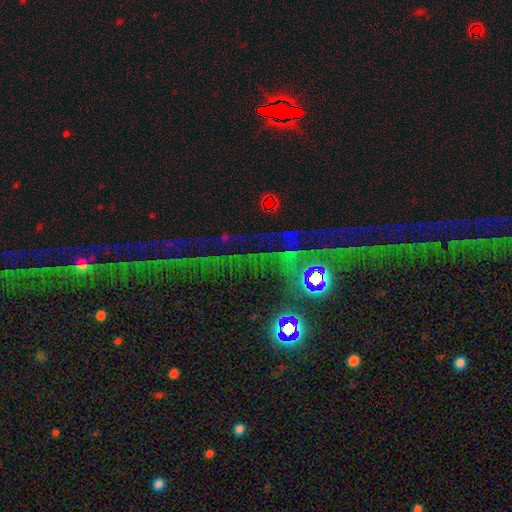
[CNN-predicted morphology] smooth-or-featured: star or artifact: 80% | featured or disk: 11% | smooth: 9%